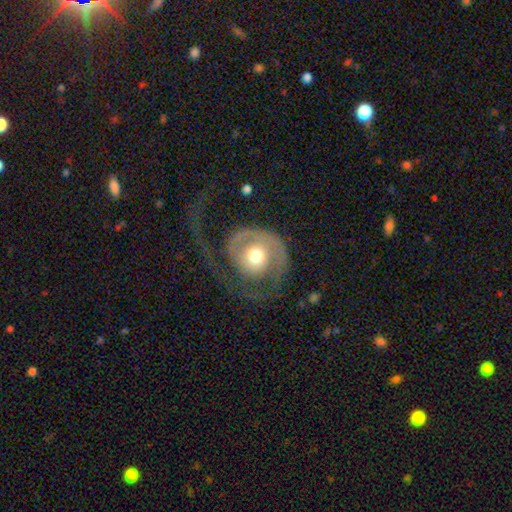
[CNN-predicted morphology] smooth-or-featured: featured or disk: 65% | smooth: 29% | star or artifact: 7%
  disk-edge-on: no: 97% | yes: 3%
    bar: no: 82% | weak: 15% | strong: 4%
    has-spiral-arms: yes: 76% | no: 24%
    bulge-size: moderate: 67% | large: 17% | small: 12% | dominant: 3% | none: 1%
  merging: major disturbance: 44% | none: 40% | minor disturbance: 13% | merger: 2%